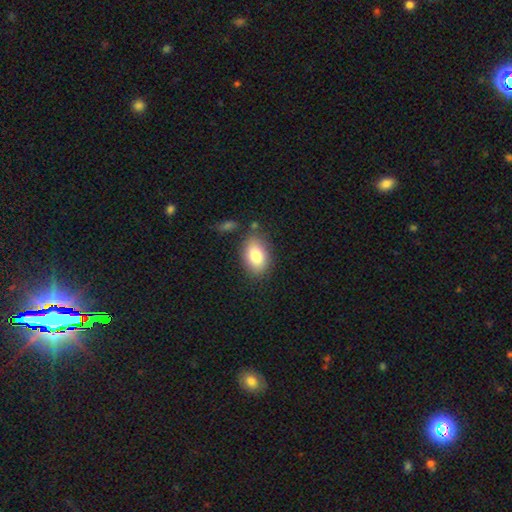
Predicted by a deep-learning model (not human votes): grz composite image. It shows a smooth galaxy with no disk features (84%) that is in between round and cigar-shaped (88%). Merging: none (76%).